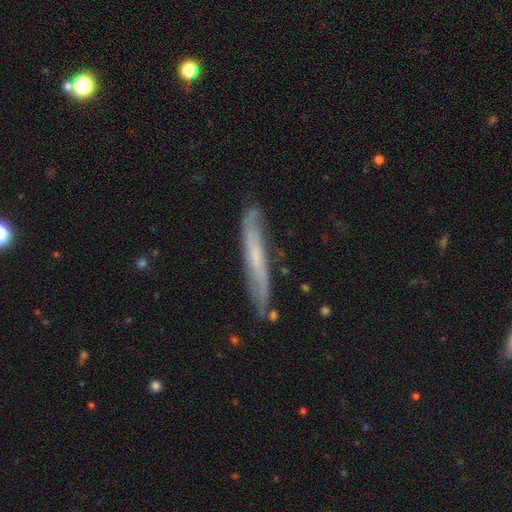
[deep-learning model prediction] This appears to be a featured or disk galaxy (59%) viewed edge-on (68%). Merging: none (77%).